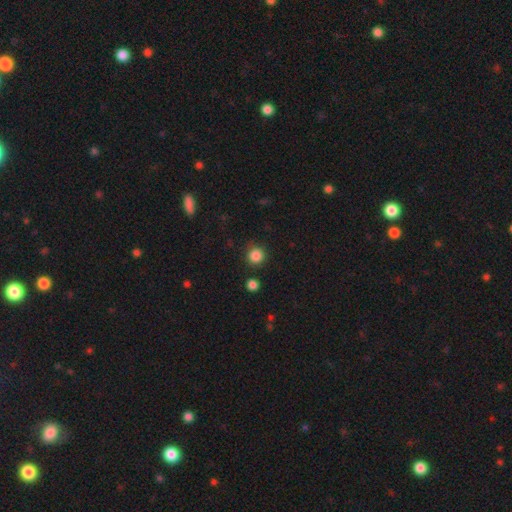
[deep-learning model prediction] A smooth galaxy with no disk features (85%) that is round (94%).

Vote fractions:
- Smooth or featured? smooth: 85% / star or artifact: 11% / featured or disk: 3%
- How rounded? round: 94% / in between: 5% / cigar-shaped: 1%
- Merging? none: 88% / minor disturbance: 7% / merger: 3% / major disturbance: 3%